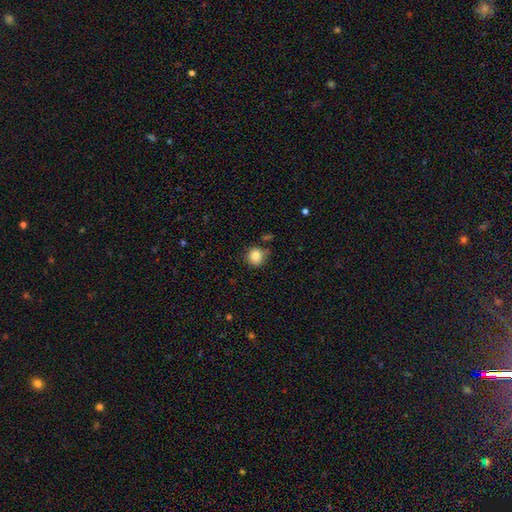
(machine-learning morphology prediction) smooth-or-featured: smooth: 85% | star or artifact: 10% | featured or disk: 4%
  how-rounded: round: 84% | in between: 15% | cigar-shaped: 1%
  merging: none: 70% | minor disturbance: 20% | major disturbance: 5% | merger: 5%